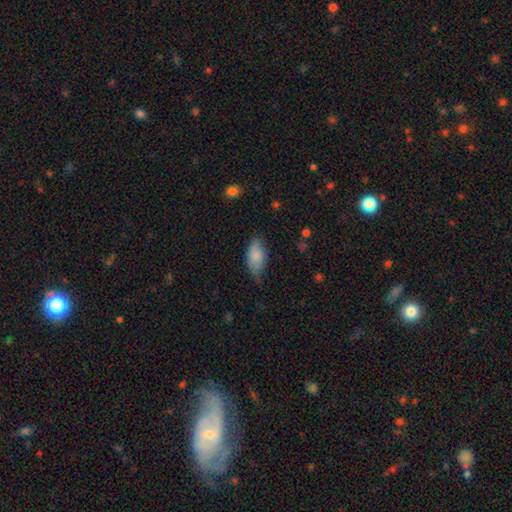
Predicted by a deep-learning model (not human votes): The model was most divided on "merging": none: 58%, minor disturbance: 33%, major disturbance: 7%, merger: 2%. More confident: how rounded — in between (92%); smooth or featured — smooth (82%).